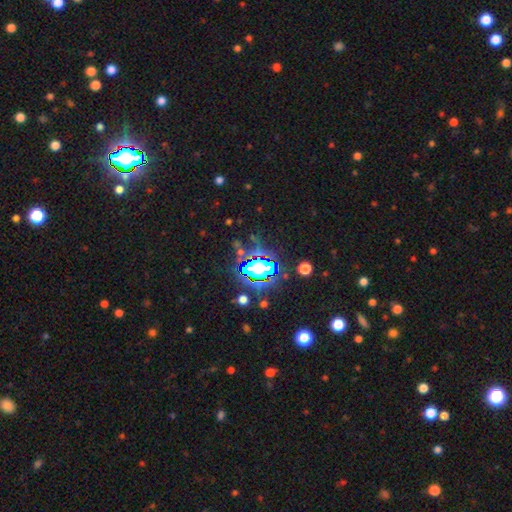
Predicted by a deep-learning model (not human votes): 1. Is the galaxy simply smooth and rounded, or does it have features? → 78% star or artifact, 13% smooth, 9% featured or disk.